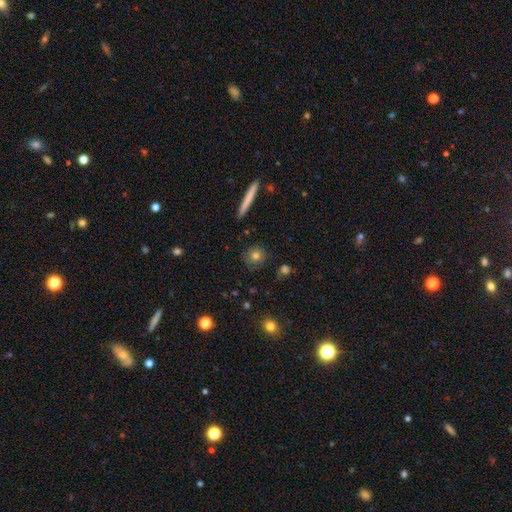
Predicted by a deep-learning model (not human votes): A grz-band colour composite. It shows a smooth galaxy with no disk features (74%) that is round (88%). Merging: none (86%).